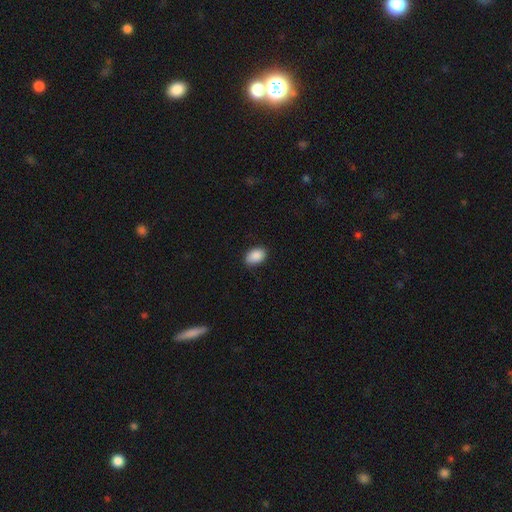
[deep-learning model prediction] A smooth galaxy with no disk features (89%) that is in between round and cigar-shaped (87%).

Vote fractions:
- Smooth or featured? smooth: 89% / star or artifact: 7% / featured or disk: 4%
- How rounded? in between: 87% / round: 12% / cigar-shaped: 1%
- Merging? none: 83% / minor disturbance: 14% / major disturbance: 2% / merger: 1%